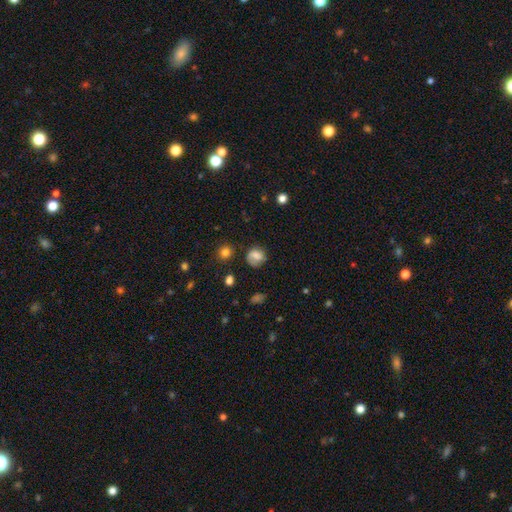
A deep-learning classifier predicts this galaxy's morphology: smooth 67%, featured or disk 22%, star or artifact 11%. Down the decision tree: how rounded — round (71%); merging — none (61%).